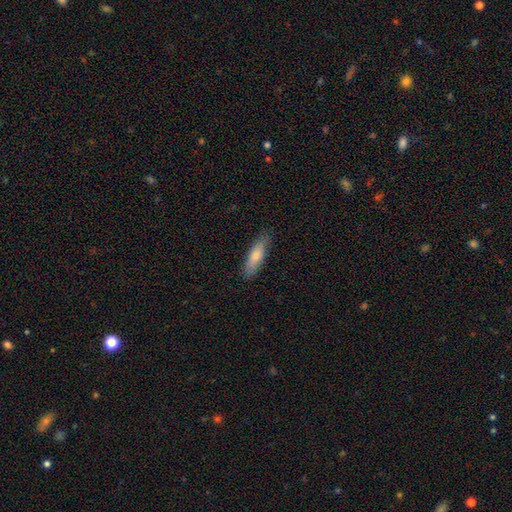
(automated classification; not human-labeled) This is likely a smooth galaxy (77%). How rounded: possibly cigar-shaped (60%). Merging: clearly none (85%).